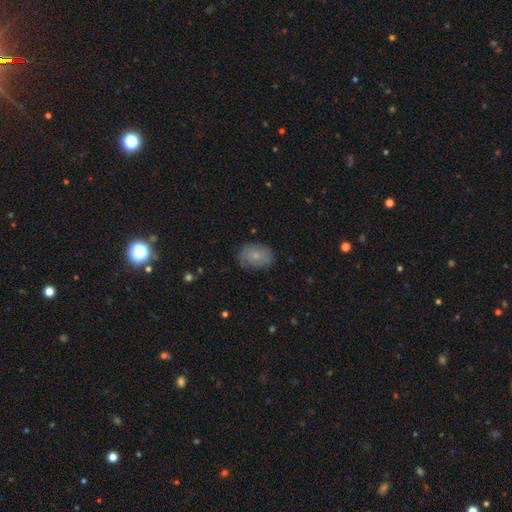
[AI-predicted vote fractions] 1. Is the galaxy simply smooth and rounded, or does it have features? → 68% smooth, 24% featured or disk, 8% star or artifact.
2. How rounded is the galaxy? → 72% in between, 27% round, 1% cigar-shaped.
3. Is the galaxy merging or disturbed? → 79% none, 16% minor disturbance, 4% major disturbance, 1% merger.